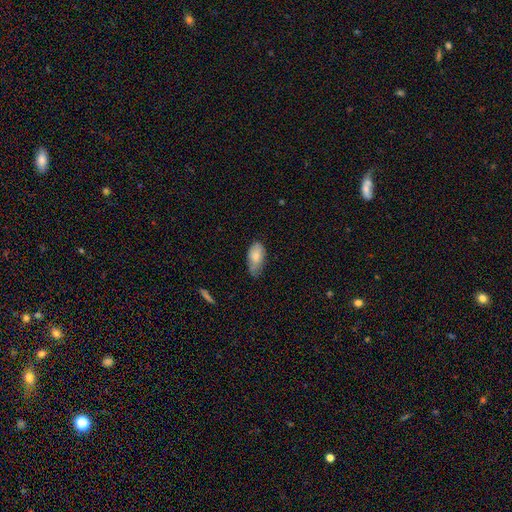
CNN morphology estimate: This appears to be a smooth galaxy with no disk features (81%) that is in between round and cigar-shaped (93%). Merging: none (48%).